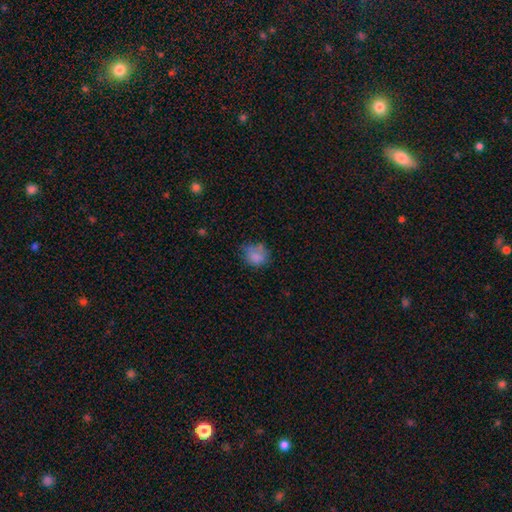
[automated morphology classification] Smooth or featured? smooth (78%)
How rounded? round (62%)
Merging? none (56%)